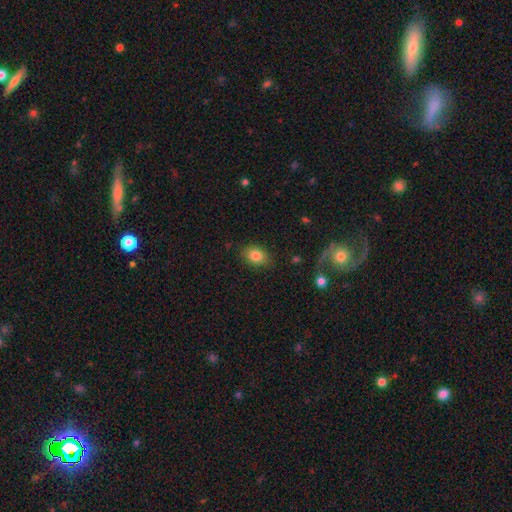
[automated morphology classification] Smooth or featured: smooth — 84% (star or artifact — 9%)
How rounded: in between — 70% (round — 29%)
Merging: none — 84% (minor disturbance — 12%)